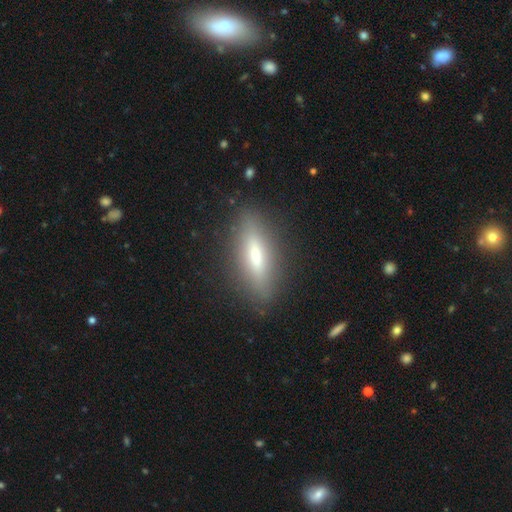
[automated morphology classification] The model was most divided on "how rounded": cigar-shaped: 58%, in between: 40%, round: 2%. More confident: merging — none (84%); smooth or featured — smooth (57%).